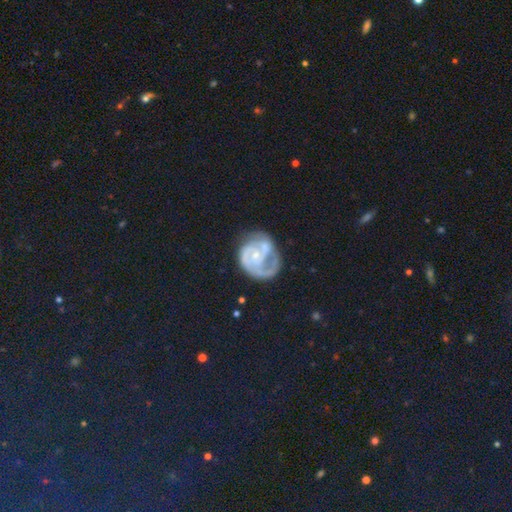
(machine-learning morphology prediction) The model was most divided on "spiral winding": tight: 52%, medium: 36%, loose: 12%. Remaining: edge-on disk — no (98%); spiral arms — yes (92%); smooth or featured — featured or disk (82%); bulge size — small (65%); bar — no (65%); spiral arm count — 2 (51%); merging — none (45%).